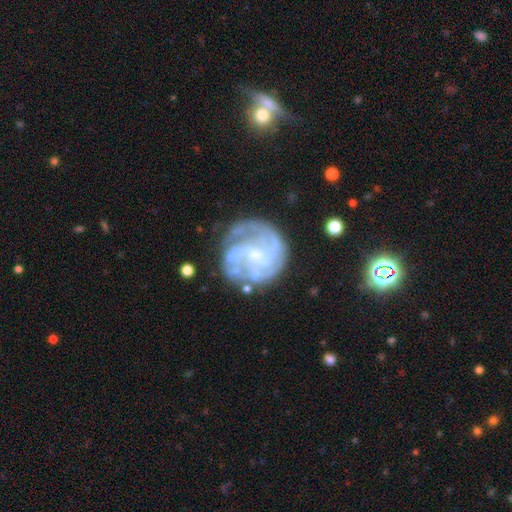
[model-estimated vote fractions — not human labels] Overall: featured or disk (83%). Edge-on disk: no (98%). Bar: no (63%; weak 30%). Spiral arms: yes (92%). Spiral arm count: can't tell (30%; 3 22%). Spiral winding: tight (52%; medium 36%). Bulge size: small (76%). Merging: none (71%).